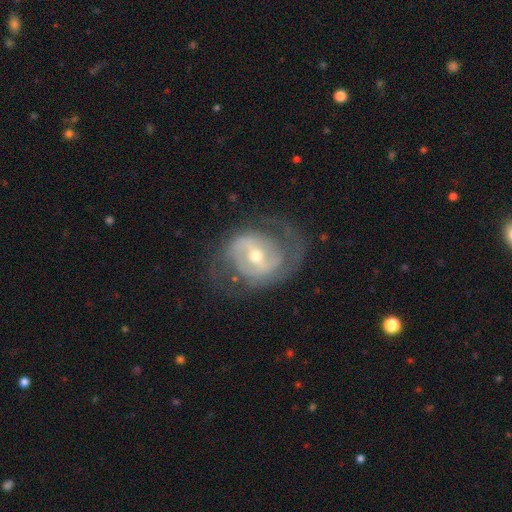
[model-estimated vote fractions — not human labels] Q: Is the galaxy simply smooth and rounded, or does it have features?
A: featured or disk — 83%.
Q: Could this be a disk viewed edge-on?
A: no — 96%.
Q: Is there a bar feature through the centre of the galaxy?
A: weak — 44%.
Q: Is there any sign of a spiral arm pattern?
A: yes — 85%.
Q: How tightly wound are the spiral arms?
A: medium — 43%.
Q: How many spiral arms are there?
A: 2 — 70%.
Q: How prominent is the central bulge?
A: moderate — 57%.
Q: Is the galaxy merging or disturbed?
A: none — 63%.